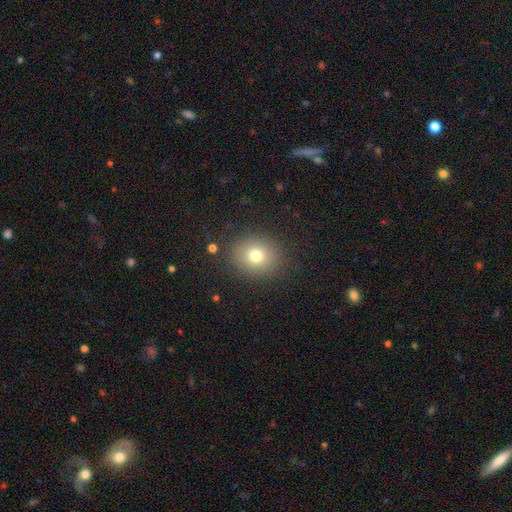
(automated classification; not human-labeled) Overall: smooth (75%). How rounded: round (71%). Merging: none (86%).